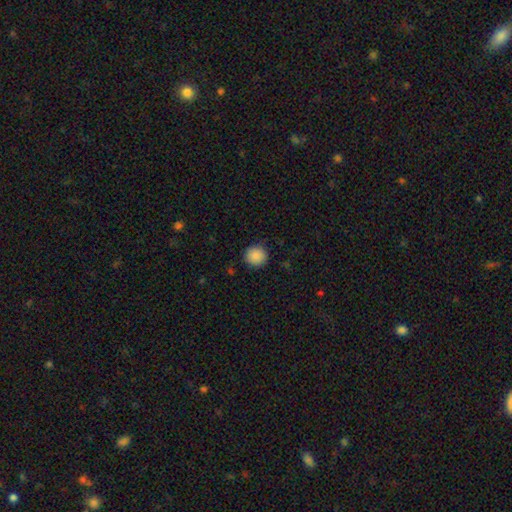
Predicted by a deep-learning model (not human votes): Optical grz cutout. It shows a smooth galaxy with no disk features (89%) that is round (91%). Merging: none (89%).